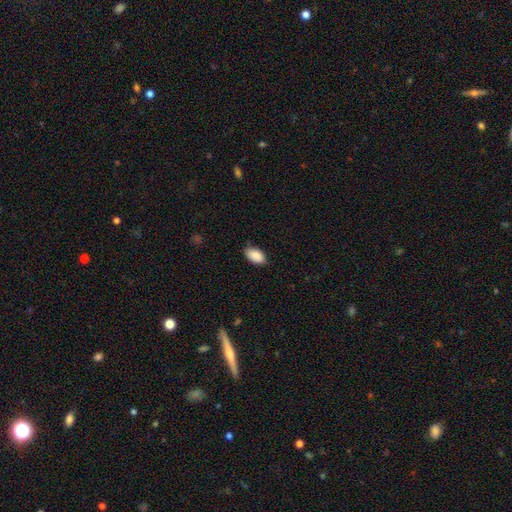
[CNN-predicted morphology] A smooth galaxy with no disk features (89%) that is in between round and cigar-shaped (94%). Merging: none (80%).